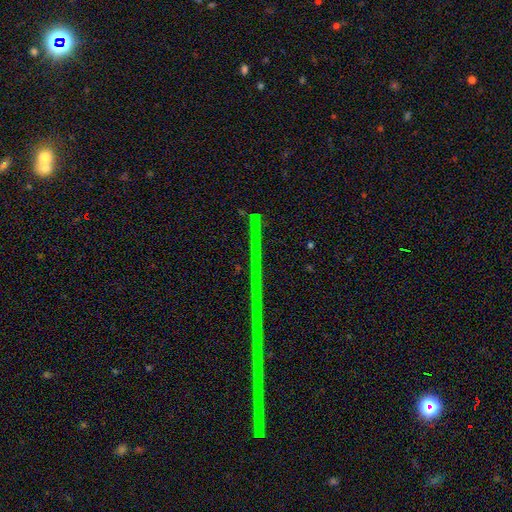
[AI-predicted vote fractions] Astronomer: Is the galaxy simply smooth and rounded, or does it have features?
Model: star or artifact — 82%.